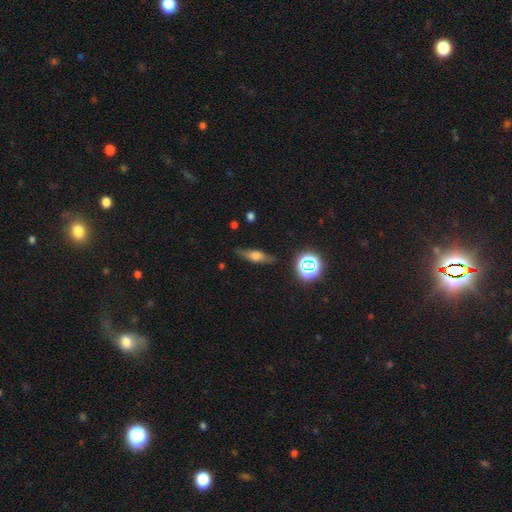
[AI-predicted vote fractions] This appears to be a smooth galaxy with no disk features (46%). Merging: none (80%).